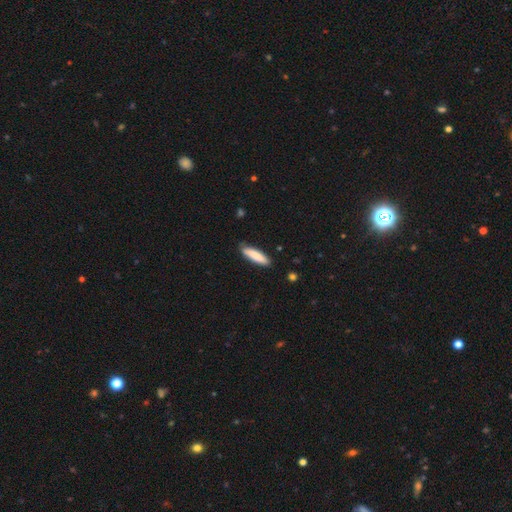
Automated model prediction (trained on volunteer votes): The model was most divided on "how rounded": cigar-shaped: 74%, in between: 25%, round: 1%. More confident: merging — none (85%); smooth or featured — smooth (84%).